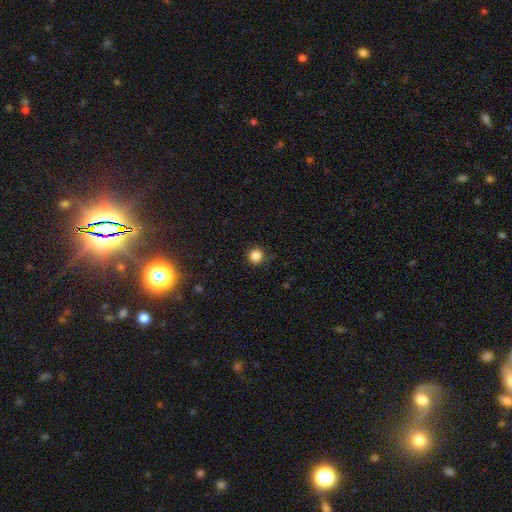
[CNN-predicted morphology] Q: Smooth or featured?
A: smooth (85%); runner-up: star or artifact (12%)
Q: How rounded?
A: round (93%); runner-up: in between (6%)
Q: Merging?
A: none (88%); runner-up: minor disturbance (9%)